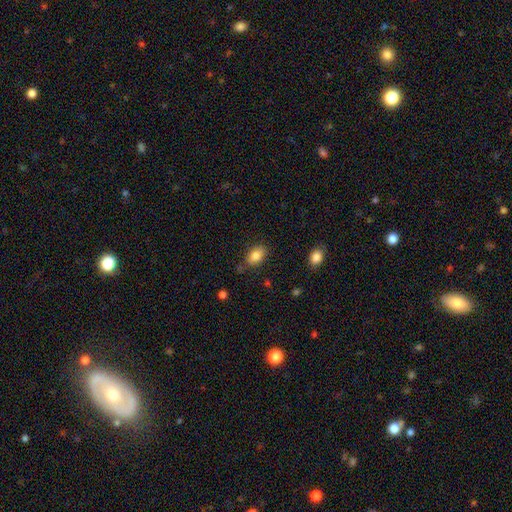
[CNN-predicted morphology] A smooth galaxy with no disk features (85%) that is in between round and cigar-shaped (85%).

Vote fractions:
- Smooth or featured? smooth: 85% / star or artifact: 8% / featured or disk: 7%
- How rounded? in between: 85% / round: 14% / cigar-shaped: 1%
- Merging? none: 78% / minor disturbance: 15% / major disturbance: 4% / merger: 3%